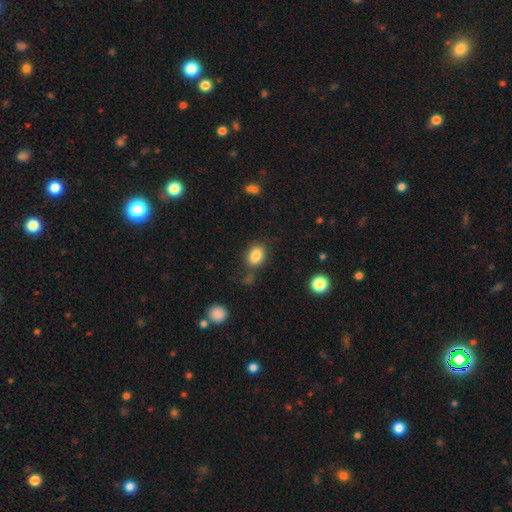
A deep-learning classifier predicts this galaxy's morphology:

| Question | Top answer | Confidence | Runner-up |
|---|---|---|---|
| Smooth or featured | smooth | 85% | star or artifact (9%) |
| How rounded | in between | 68% | round (30%) |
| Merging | none | 76% | minor disturbance (14%) |